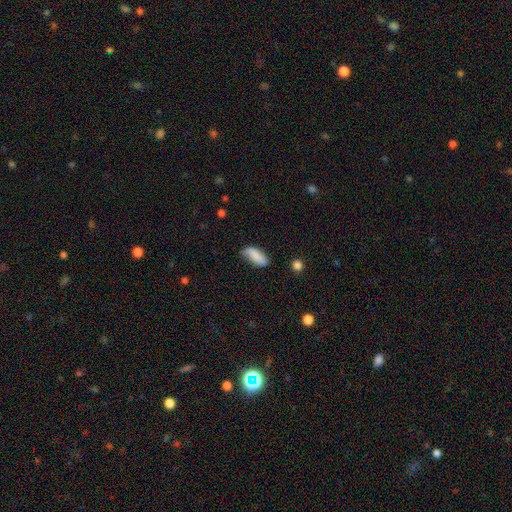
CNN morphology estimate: smooth-or-featured: smooth: 82% | featured or disk: 11% | star or artifact: 7%
  how-rounded: in between: 78% | cigar-shaped: 20% | round: 2%
  merging: none: 59% | minor disturbance: 30% | major disturbance: 8% | merger: 3%